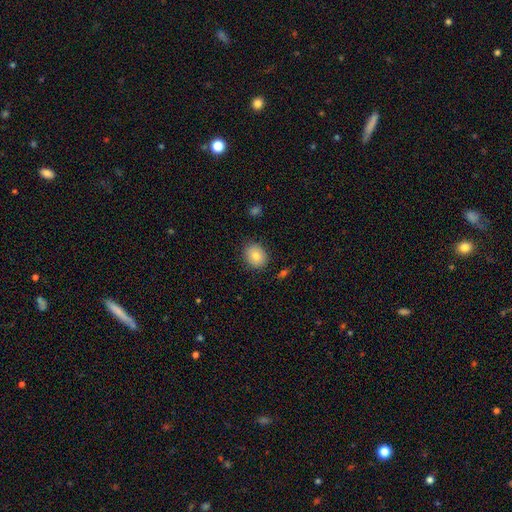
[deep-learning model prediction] Smooth or featured? Predicted: smooth (p=0.80). How rounded? Predicted: round (p=0.64). Merging? Predicted: none (p=0.86).